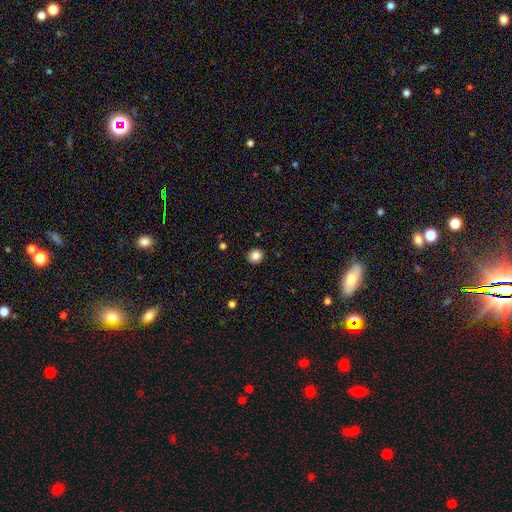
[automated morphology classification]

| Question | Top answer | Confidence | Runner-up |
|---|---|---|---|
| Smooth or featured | smooth | 85% | star or artifact (11%) |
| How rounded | round | 87% | in between (12%) |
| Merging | none | 91% | minor disturbance (7%) |